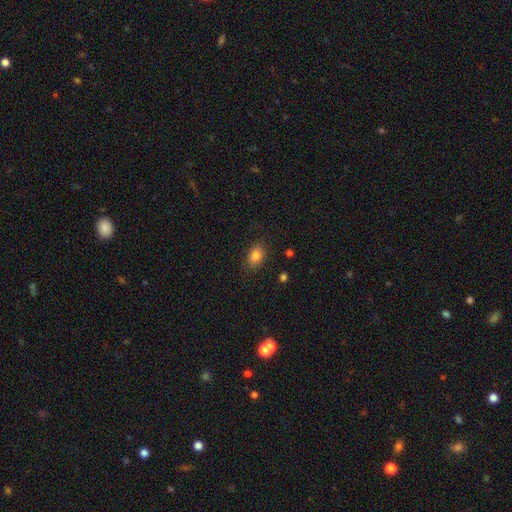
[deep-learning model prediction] A smooth galaxy with no disk features (82%) that is in between round and cigar-shaped (78%). Merging: none (84%).